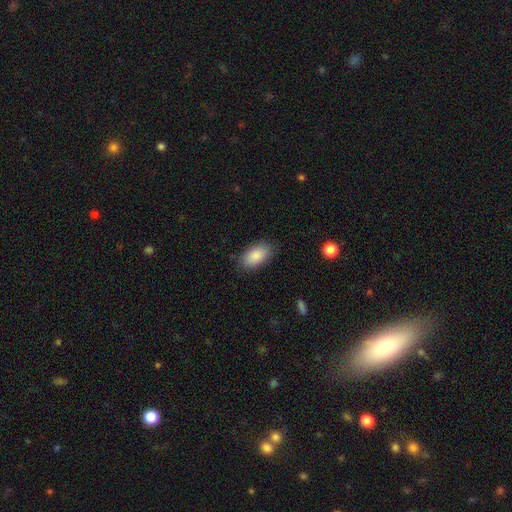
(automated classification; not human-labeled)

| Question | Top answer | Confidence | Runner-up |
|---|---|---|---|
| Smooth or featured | smooth | 87% | star or artifact (7%) |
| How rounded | in between | 93% | round (4%) |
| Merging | none | 84% | minor disturbance (12%) |